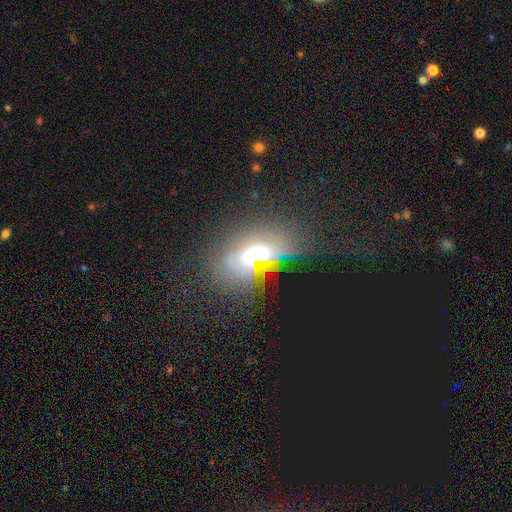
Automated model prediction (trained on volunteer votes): Q: Smooth or featured?
A: smooth (40%); runner-up: featured or disk (39%)
Q: Merging?
A: none (48%); runner-up: major disturbance (24%)